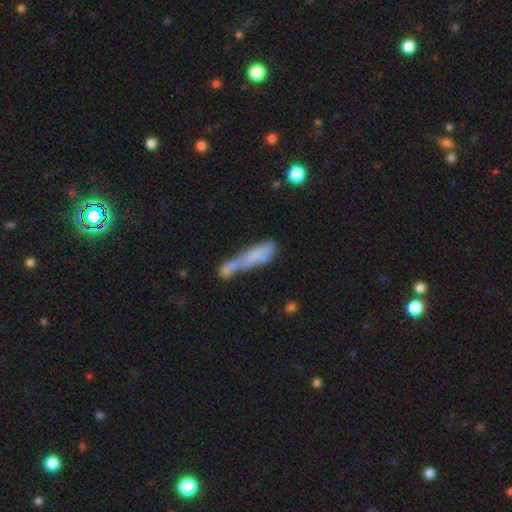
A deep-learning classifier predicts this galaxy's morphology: This appears to be a smooth galaxy with no disk features (60%) that is cigar-shaped (77%). Merging: merger (33%).